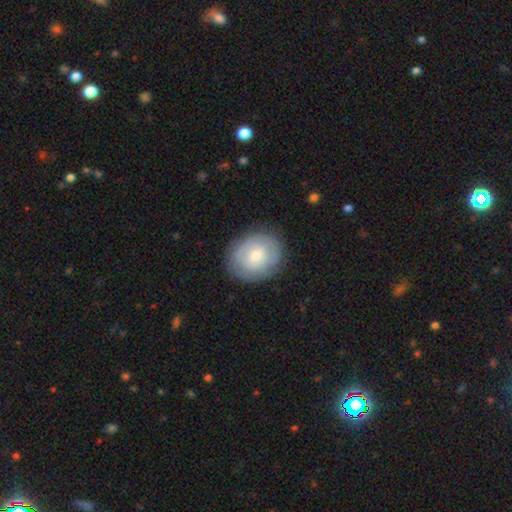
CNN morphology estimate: Smooth or featured? smooth (53%)
How rounded? round (62%)
Merging? none (81%)